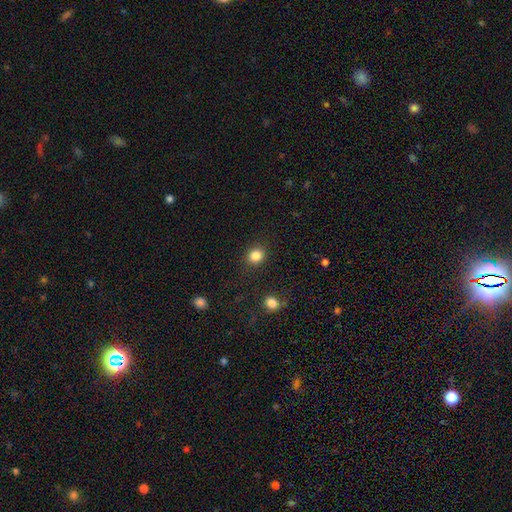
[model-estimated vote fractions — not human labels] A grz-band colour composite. It shows a smooth galaxy with no disk features (85%) that is round (80%). Merging: none (88%).